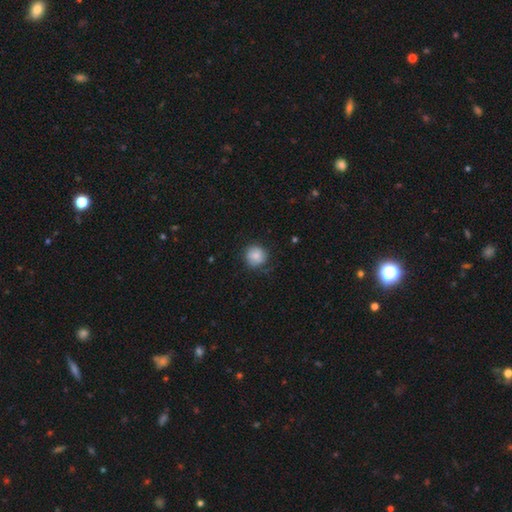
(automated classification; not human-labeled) smooth_or_featured: smooth (p=0.77) [alt: featured or disk p=0.15]
how_rounded: round (p=0.90) [alt: in between p=0.10]
merging: none (p=0.70) [alt: minor disturbance p=0.21]